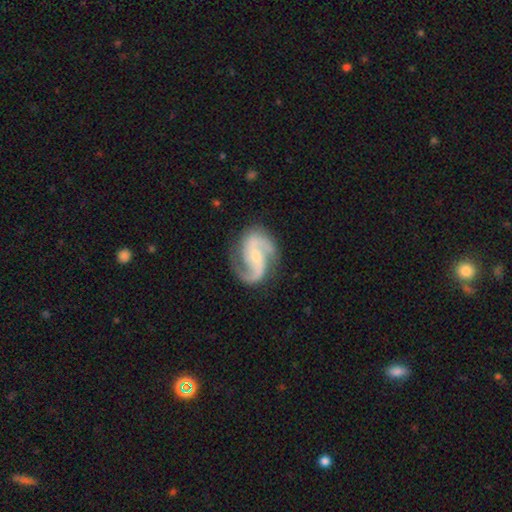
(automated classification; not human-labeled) Morphology: type=featured or disk (91%); edge-on=no (98%); bar=no (43%); spiral arms=yes (98%); winding=medium (57%); arm count=2 (91%); bulge=small (59%); merging=none (77%).